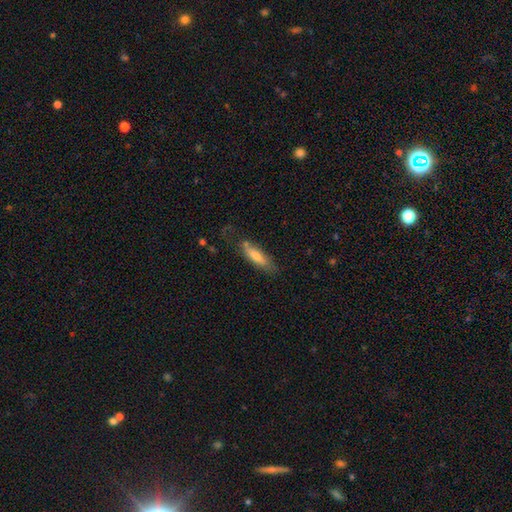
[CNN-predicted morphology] A smooth galaxy with no disk features (64%) that is cigar-shaped (66%).

Vote fractions:
- Smooth or featured? smooth: 64% / featured or disk: 29% / star or artifact: 8%
- How rounded? cigar-shaped: 66% / in between: 32% / round: 2%
- Merging? none: 63% / minor disturbance: 23% / major disturbance: 9% / merger: 4%